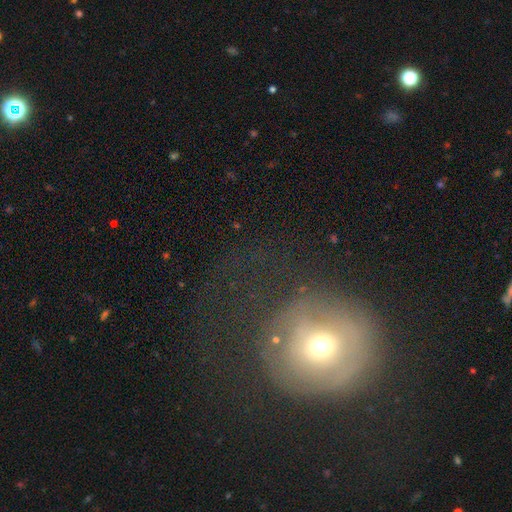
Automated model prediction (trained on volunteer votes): The model was most divided on "smooth or featured": smooth: 44%, featured or disk: 39%, star or artifact: 17%. Remaining: merging — none (49%).